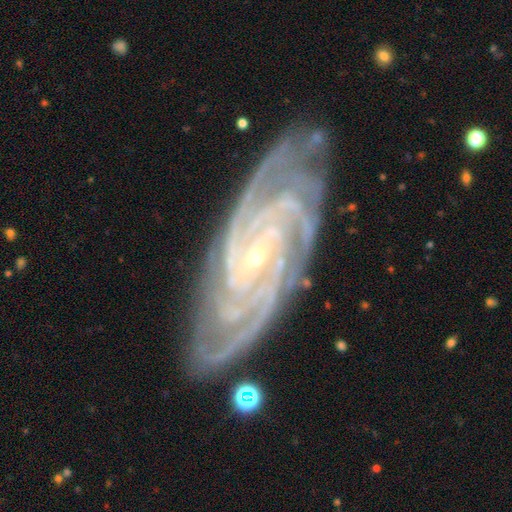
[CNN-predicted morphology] This is clearly a featured or disk galaxy (93%). It is clearly not viewed edge-on (95%). Bar: marginally no (42%). Spiral arm pattern: clearly yes (99%). Spiral arm count: marginally 4 (33%). Spiral winding: likely tight (75%). Central bulge: clearly small (85%). Merging: clearly none (82%).